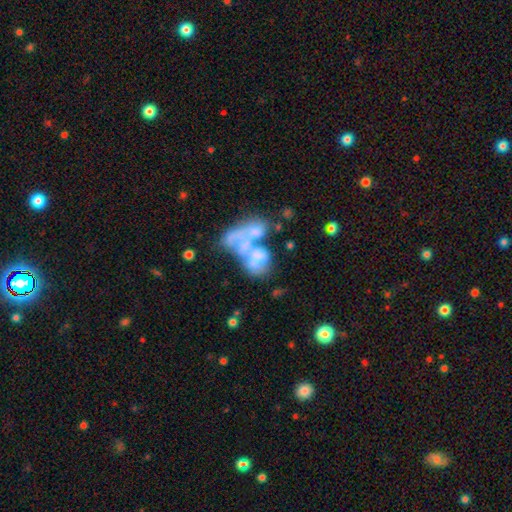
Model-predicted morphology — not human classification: The model was most divided on "smooth or featured": featured or disk: 51%, smooth: 36%, star or artifact: 13%. More confident: edge-on disk — no (97%); merging — merger (65%).